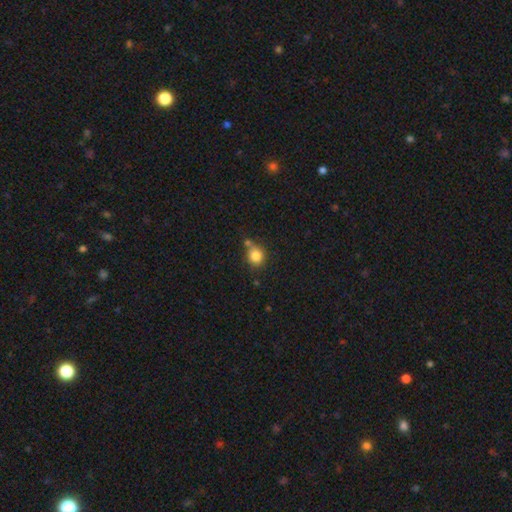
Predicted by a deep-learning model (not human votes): Smooth or featured: smooth — 82% (star or artifact — 11%)
How rounded: round — 84% (in between — 15%)
Merging: none — 54% (merger — 22%)